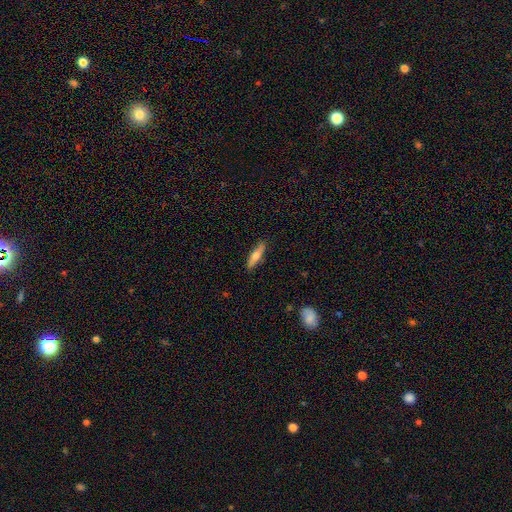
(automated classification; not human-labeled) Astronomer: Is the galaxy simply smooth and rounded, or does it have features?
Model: smooth — 58% (runner-up: featured or disk, 36%).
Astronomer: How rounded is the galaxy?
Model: cigar-shaped — 73%.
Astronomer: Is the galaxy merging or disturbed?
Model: none — 88%.